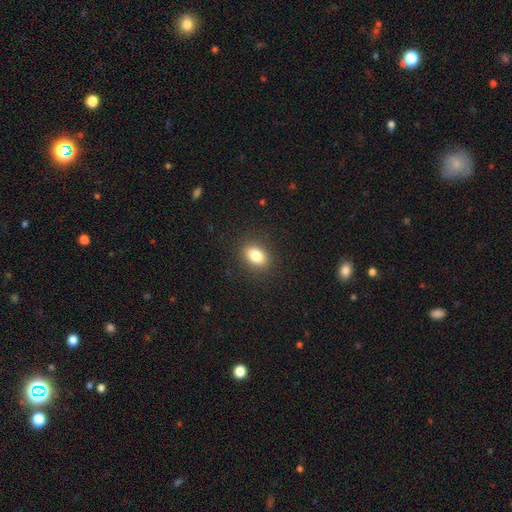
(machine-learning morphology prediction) Smooth or featured: smooth — 83% (star or artifact — 9%)
How rounded: in between — 82% (round — 17%)
Merging: none — 88% (minor disturbance — 8%)